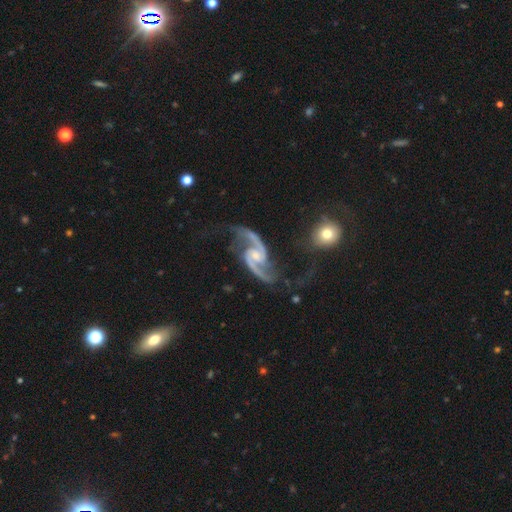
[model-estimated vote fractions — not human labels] Smooth or featured? featured or disk (94%)
Edge-on disk? no (98%)
Bar? weak (49%)
Spiral arms? yes (98%)
Spiral winding? loose (49%)
Spiral arm count? 2 (94%)
Bulge size? small (50%)
Merging? none (59%)